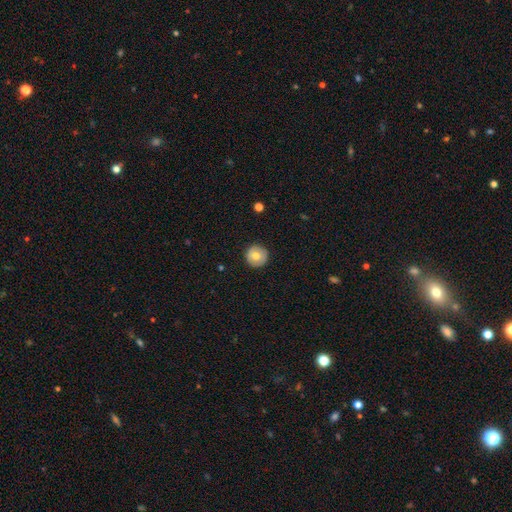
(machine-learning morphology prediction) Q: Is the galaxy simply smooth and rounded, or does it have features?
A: smooth — 71%.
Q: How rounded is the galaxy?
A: round — 96%.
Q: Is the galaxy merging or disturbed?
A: none — 91%.